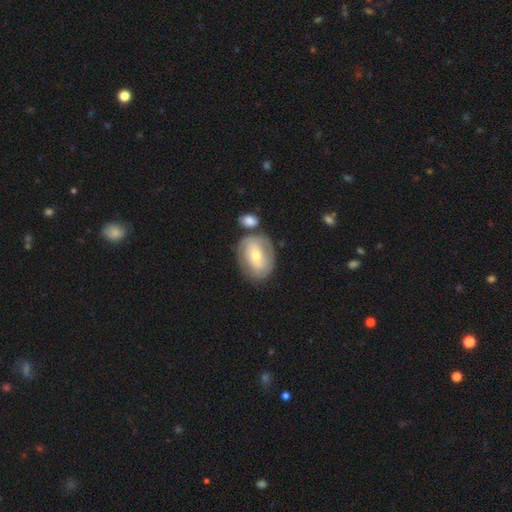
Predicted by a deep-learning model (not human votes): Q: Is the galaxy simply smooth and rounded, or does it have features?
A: featured or disk — 60%.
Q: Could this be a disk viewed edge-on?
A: no — 94%.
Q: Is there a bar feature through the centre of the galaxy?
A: weak — 40%.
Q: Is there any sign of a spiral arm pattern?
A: yes — 63%.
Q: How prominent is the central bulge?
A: moderate — 58%.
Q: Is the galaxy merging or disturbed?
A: none — 61%.